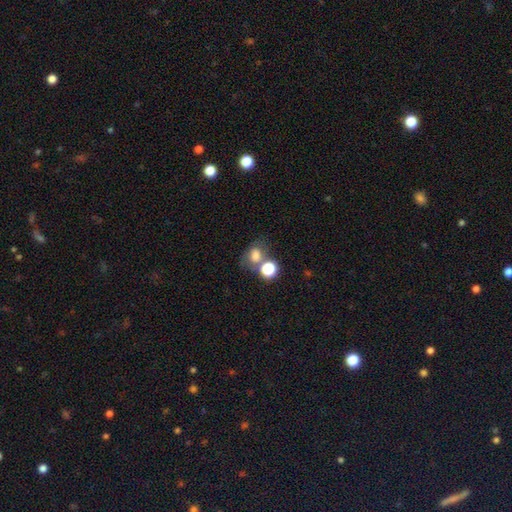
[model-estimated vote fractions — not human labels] This appears to be a smooth galaxy with no disk features (70%) that is in between round and cigar-shaped (52%). Merging: none (44%).